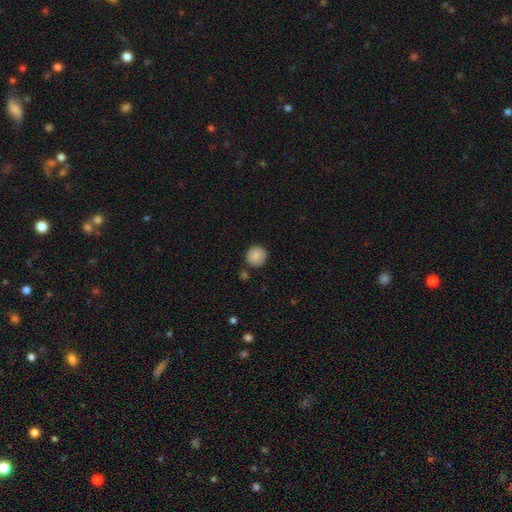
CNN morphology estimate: Q: Smooth or featured?
A: smooth (87%); runner-up: star or artifact (8%)
Q: How rounded?
A: round (94%); runner-up: in between (5%)
Q: Merging?
A: none (85%); runner-up: minor disturbance (9%)